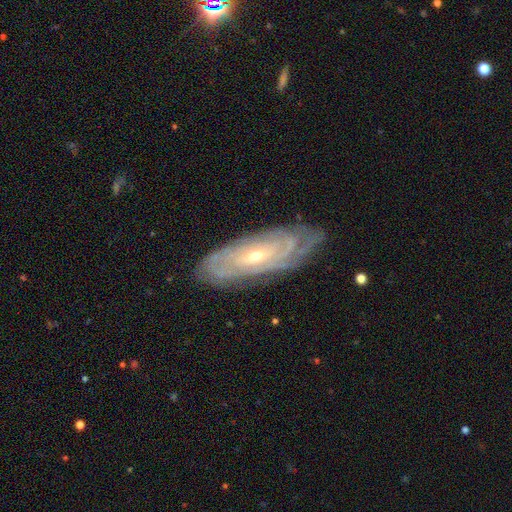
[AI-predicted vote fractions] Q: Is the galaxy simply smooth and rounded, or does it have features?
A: featured or disk — 83%.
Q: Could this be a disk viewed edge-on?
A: no — 86%.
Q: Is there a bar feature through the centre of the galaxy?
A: no — 55%.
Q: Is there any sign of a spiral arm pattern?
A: yes — 94%.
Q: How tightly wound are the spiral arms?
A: tight — 81%.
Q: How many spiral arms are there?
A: can't tell — 49%.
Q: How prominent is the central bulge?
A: small — 59%.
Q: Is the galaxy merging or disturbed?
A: none — 82%.